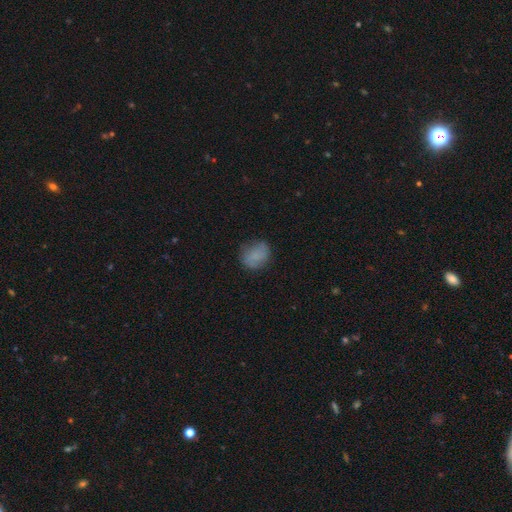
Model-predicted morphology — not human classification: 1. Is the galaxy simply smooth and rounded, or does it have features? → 79% smooth, 12% featured or disk, 10% star or artifact.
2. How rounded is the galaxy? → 51% round, 48% in between, 1% cigar-shaped.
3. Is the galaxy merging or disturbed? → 71% none, 21% minor disturbance, 6% major disturbance, 1% merger.